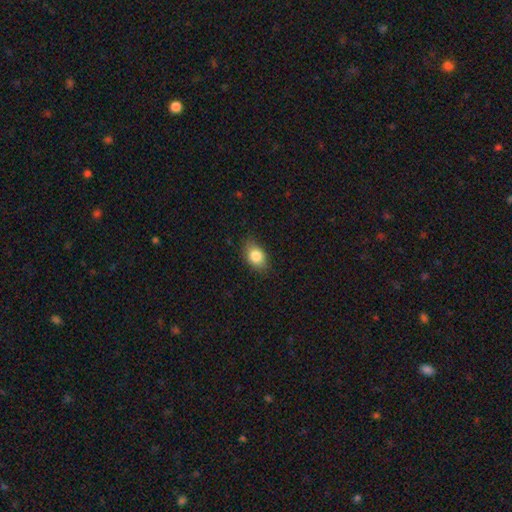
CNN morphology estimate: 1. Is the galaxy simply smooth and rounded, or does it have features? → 84% smooth, 8% star or artifact, 8% featured or disk.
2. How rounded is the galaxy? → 78% in between, 20% round, 2% cigar-shaped.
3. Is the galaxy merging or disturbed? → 79% none, 17% minor disturbance, 3% major disturbance, 1% merger.